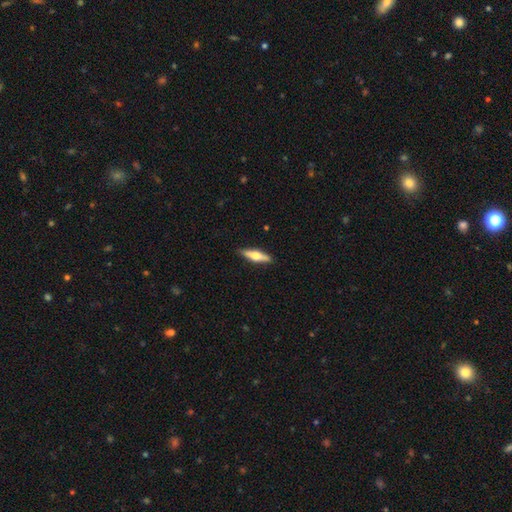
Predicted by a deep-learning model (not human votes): Smooth or featured? Predicted: featured or disk (p=0.54). Edge-on disk? Predicted: yes (p=0.95). Edge-on bulge? Predicted: rounded (p=0.92). Merging? Predicted: none (p=0.89).